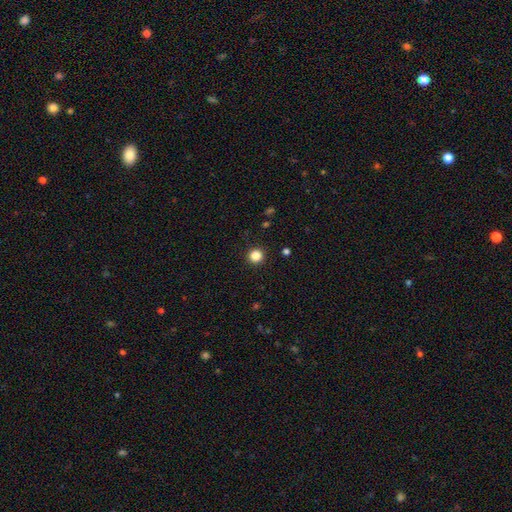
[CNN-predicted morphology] type=smooth (85%); roundness=round (94%); merging=none (93%).